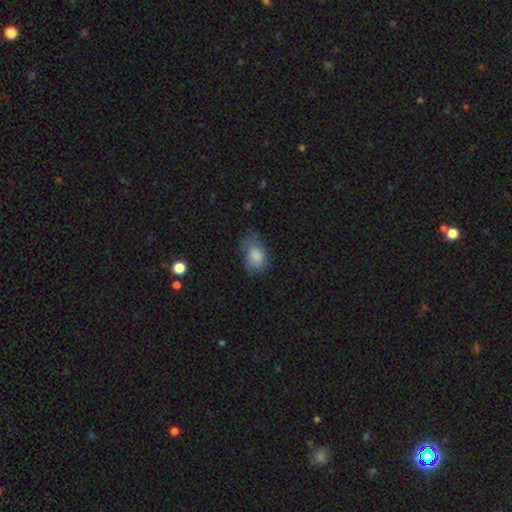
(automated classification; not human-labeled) Smooth or featured? Predicted: smooth (p=0.79). How rounded? Predicted: in between (p=0.81). Merging? Predicted: none (p=0.47).